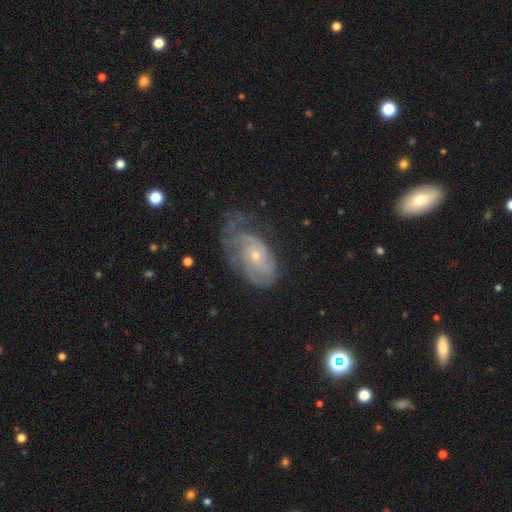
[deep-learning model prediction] Overall: featured or disk (76%). Edge-on disk: no (96%). Bar: no (76%). Spiral arms: yes (88%). Spiral arm count: can't tell (42%; 2 31%). Spiral winding: tight (56%; medium 32%). Bulge size: small (70%). Merging: none (42%; minor disturbance 30%).